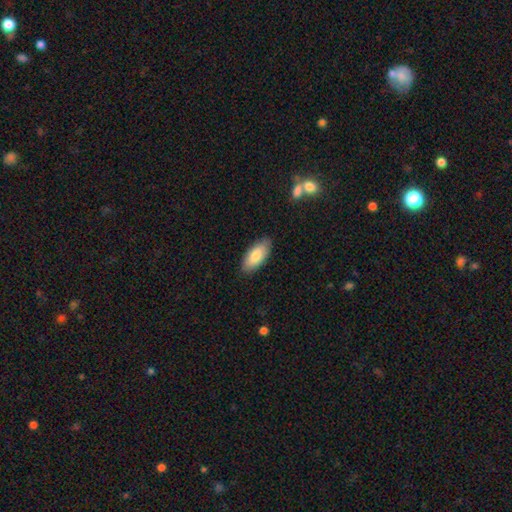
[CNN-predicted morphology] smooth_or_featured: smooth (p=0.82) [alt: featured or disk p=0.13]
how_rounded: in between (p=0.88) [alt: cigar-shaped p=0.10]
merging: none (p=0.86) [alt: minor disturbance p=0.11]